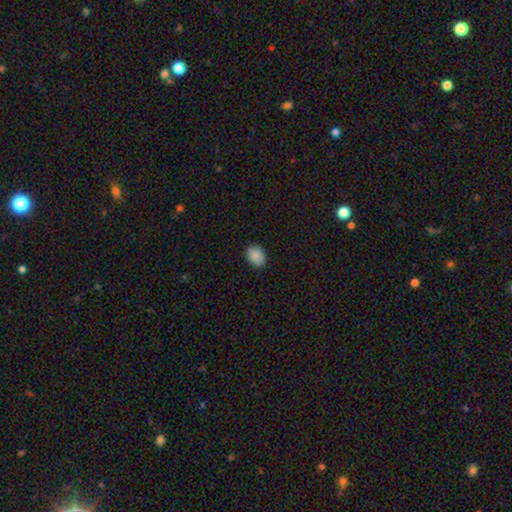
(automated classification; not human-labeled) This appears to be a smooth galaxy with no disk features (88%) that is in between round and cigar-shaped (67%). Merging: none (86%).